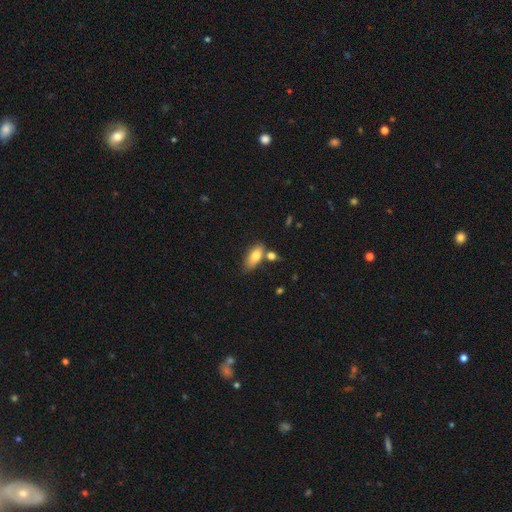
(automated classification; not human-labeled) Smooth or featured? smooth (79%)
How rounded? in between (86%)
Merging? none (60%)